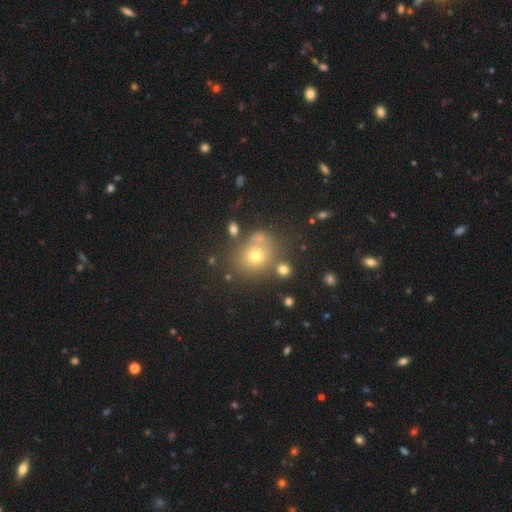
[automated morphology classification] A smooth galaxy with no disk features (67%) that is round (73%).

Vote fractions:
- Smooth or featured? smooth: 67% / star or artifact: 18% / featured or disk: 14%
- How rounded? round: 73% / in between: 26% / cigar-shaped: 1%
- Merging? none: 66% / merger: 16% / minor disturbance: 13% / major disturbance: 6%